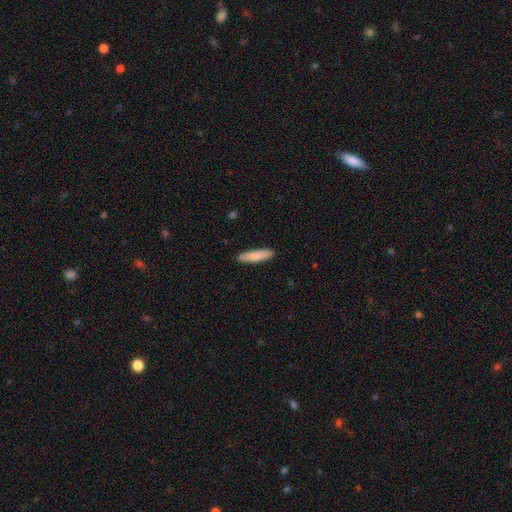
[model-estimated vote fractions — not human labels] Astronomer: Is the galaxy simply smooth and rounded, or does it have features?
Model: smooth — 82%.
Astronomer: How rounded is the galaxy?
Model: cigar-shaped — 76%.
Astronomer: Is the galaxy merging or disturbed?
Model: none — 90%.